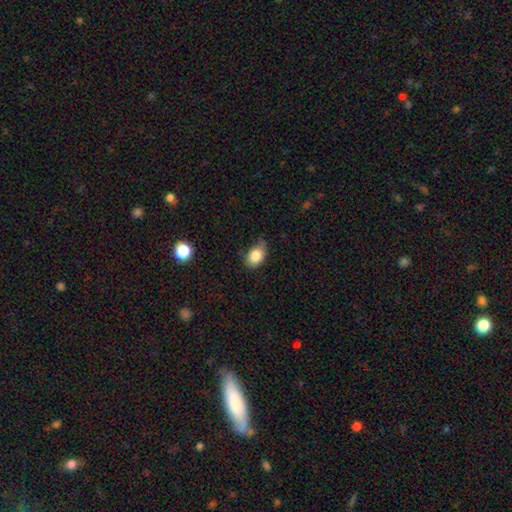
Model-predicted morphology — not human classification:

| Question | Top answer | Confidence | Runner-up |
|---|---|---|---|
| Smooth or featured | smooth | 83% | star or artifact (9%) |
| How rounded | in between | 80% | round (18%) |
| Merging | none | 55% | minor disturbance (35%) |